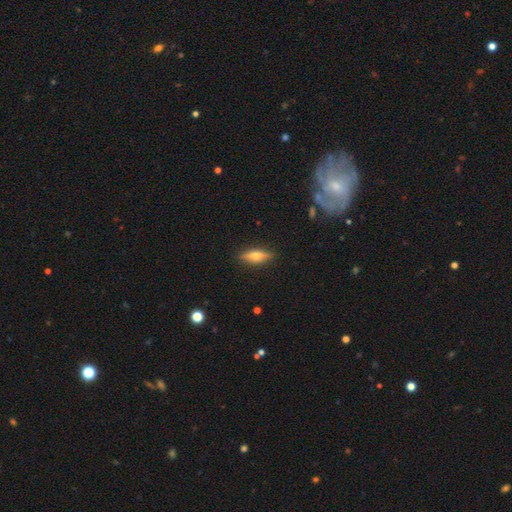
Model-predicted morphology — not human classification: A featured or disk galaxy (52%) viewed edge-on (92%). Merging: none (88%).